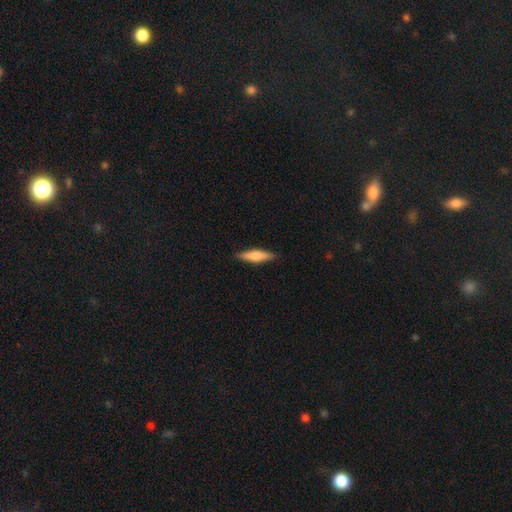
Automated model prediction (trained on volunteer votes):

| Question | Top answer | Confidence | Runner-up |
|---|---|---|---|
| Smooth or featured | smooth | 67% | featured or disk (28%) |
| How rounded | cigar-shaped | 77% | in between (21%) |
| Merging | none | 89% | minor disturbance (8%) |